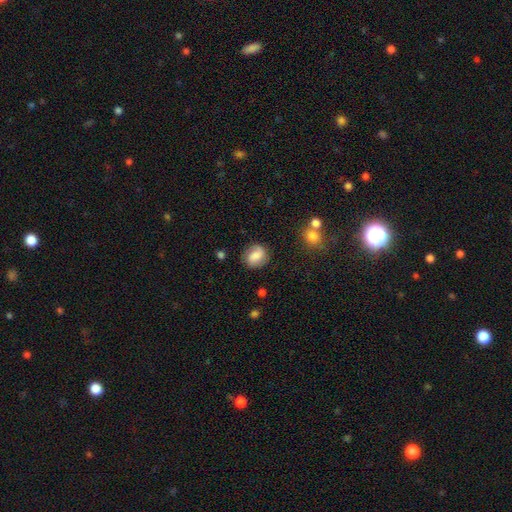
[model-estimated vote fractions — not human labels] Smooth or featured?
  - smooth: 63% *
  - featured or disk: 28%
  - star or artifact: 9%
How rounded?
  - round: 57% *
  - in between: 42%
  - cigar-shaped: 1%
Merging?
  - none: 75% *
  - minor disturbance: 17%
  - major disturbance: 6%
  - merger: 2%